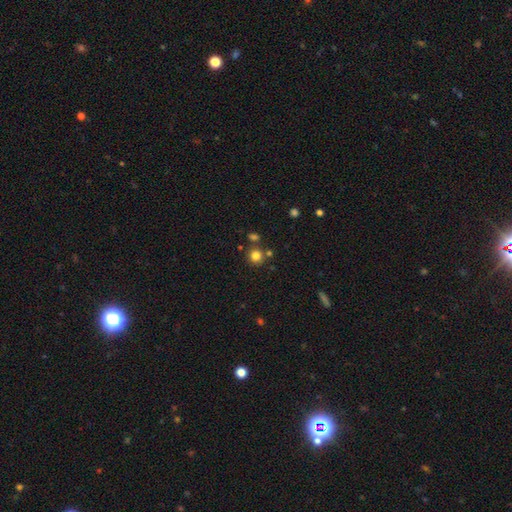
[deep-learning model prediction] A smooth galaxy with no disk features (81%) that is round (92%). Merging: none (78%).